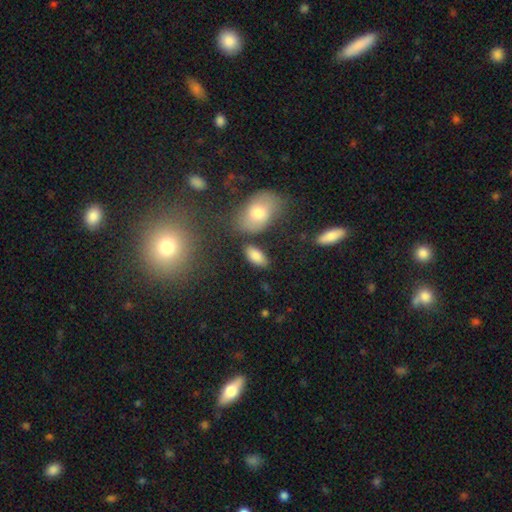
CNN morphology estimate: Smooth or featured: smooth — 84% (star or artifact — 8%)
How rounded: in between — 92% (cigar-shaped — 4%)
Merging: none — 78% (minor disturbance — 12%)